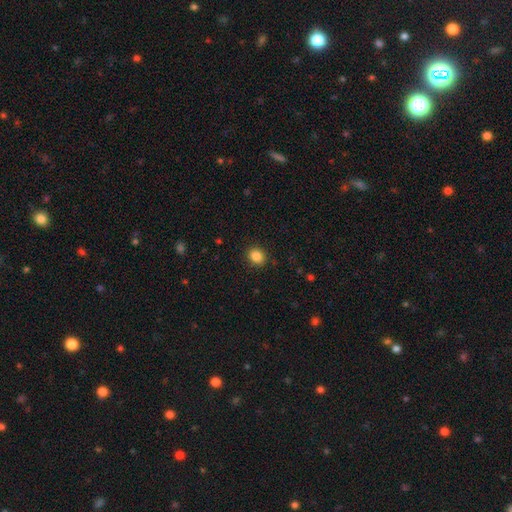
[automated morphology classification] The model was most divided on "how rounded": round: 64%, in between: 36%, cigar-shaped: 1%. More confident: merging — none (90%); smooth or featured — smooth (86%).